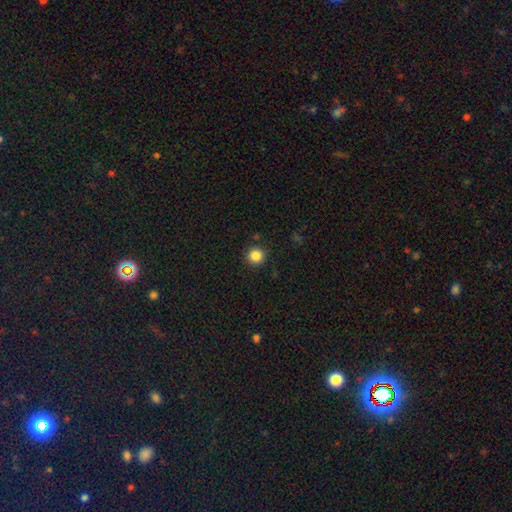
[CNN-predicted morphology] Smooth or featured?
  - smooth: 85% *
  - star or artifact: 11%
  - featured or disk: 4%
How rounded?
  - round: 95% *
  - in between: 4%
  - cigar-shaped: 1%
Merging?
  - none: 91% *
  - minor disturbance: 6%
  - major disturbance: 2%
  - merger: 1%